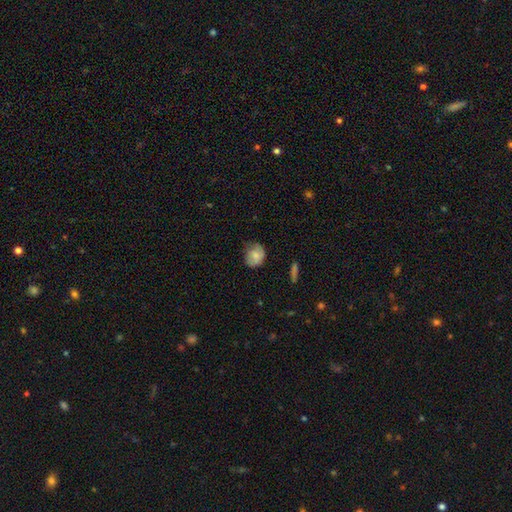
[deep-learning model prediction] Q: Smooth or featured?
A: smooth (77%); runner-up: featured or disk (16%)
Q: How rounded?
A: round (61%); runner-up: in between (38%)
Q: Merging?
A: none (58%); runner-up: minor disturbance (33%)